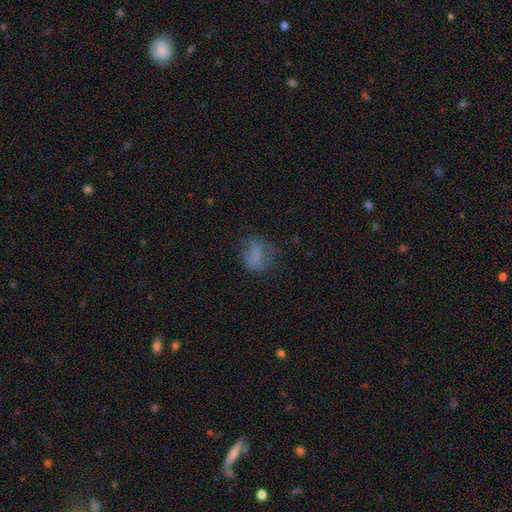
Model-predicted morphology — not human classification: This appears to be a smooth galaxy with no disk features (67%) that is in between round and cigar-shaped (56%). Merging: none (54%).